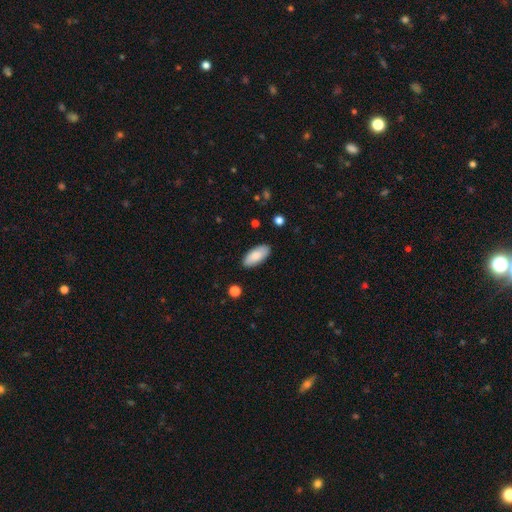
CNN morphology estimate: Smooth or featured: smooth — 85% (featured or disk — 9%)
How rounded: in between — 90% (cigar-shaped — 9%)
Merging: none — 88% (minor disturbance — 9%)